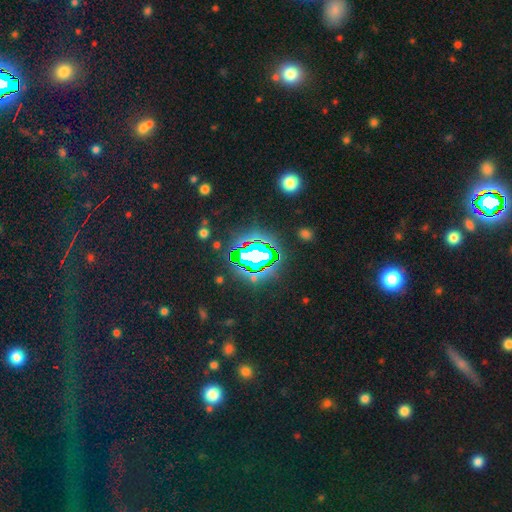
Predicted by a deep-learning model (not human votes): A star or artifact, not a galaxy (75%).

Vote fractions:
- Smooth or featured? star or artifact: 75% / smooth: 14% / featured or disk: 11%